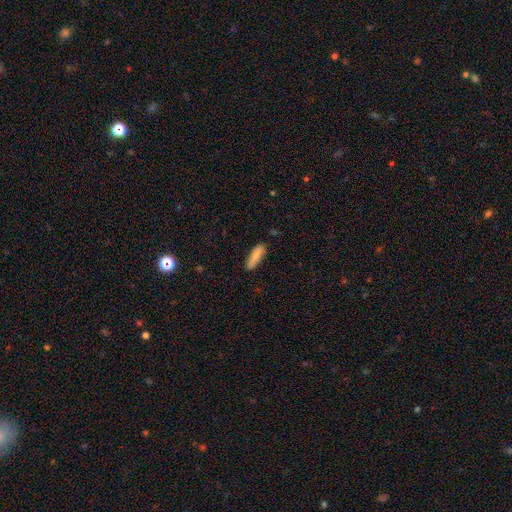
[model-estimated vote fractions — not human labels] Smooth or featured: smooth — 86% (featured or disk — 8%)
How rounded: cigar-shaped — 60% (in between — 38%)
Merging: none — 84% (minor disturbance — 12%)